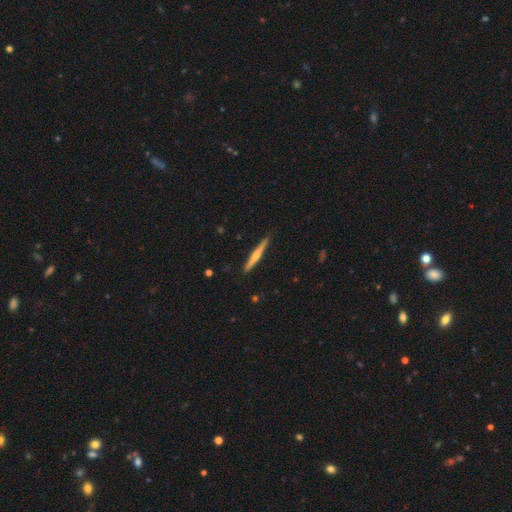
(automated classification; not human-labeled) smooth-or-featured: featured or disk: 54% | smooth: 41% | star or artifact: 5%
  disk-edge-on: yes: 97% | no: 3%
    edge-on-bulge: rounded: 70% | none: 24% | boxy: 6%
  merging: none: 88% | minor disturbance: 9% | major disturbance: 1% | merger: 1%